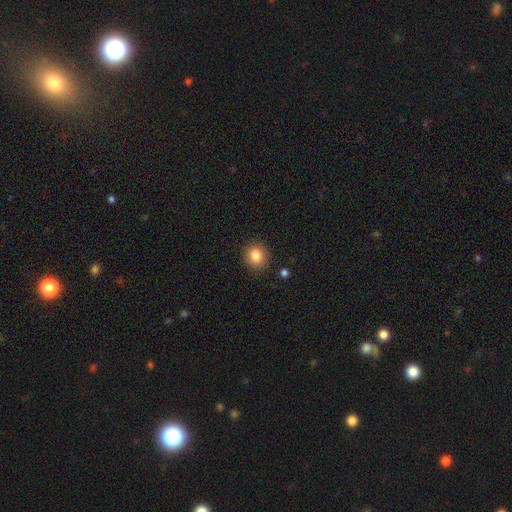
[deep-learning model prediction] The model was most divided on "how rounded": round: 83%, in between: 16%, cigar-shaped: 1%. More confident: merging — none (90%); smooth or featured — smooth (83%).